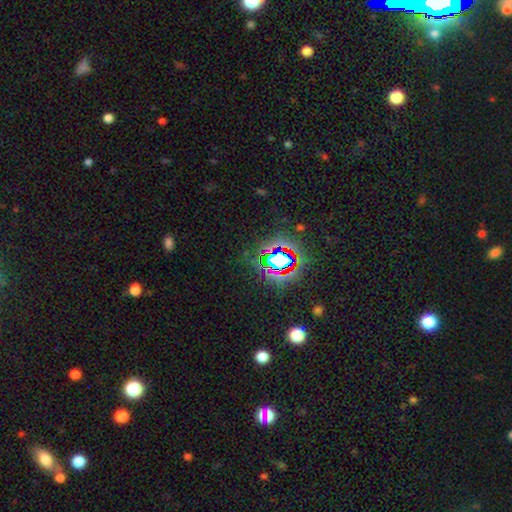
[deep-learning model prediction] A star or artifact, not a galaxy (80%).

Vote fractions:
- Smooth or featured? star or artifact: 80% / smooth: 11% / featured or disk: 8%